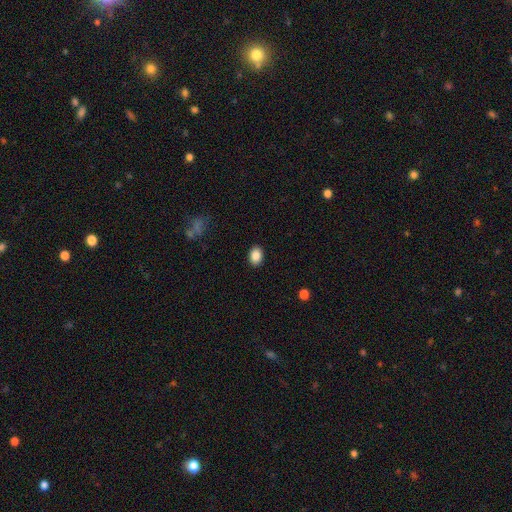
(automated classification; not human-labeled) smooth-or-featured: smooth: 87% | star or artifact: 8% | featured or disk: 4%
  how-rounded: in between: 70% | round: 29% | cigar-shaped: 1%
  merging: none: 90% | minor disturbance: 7% | major disturbance: 2% | merger: 1%